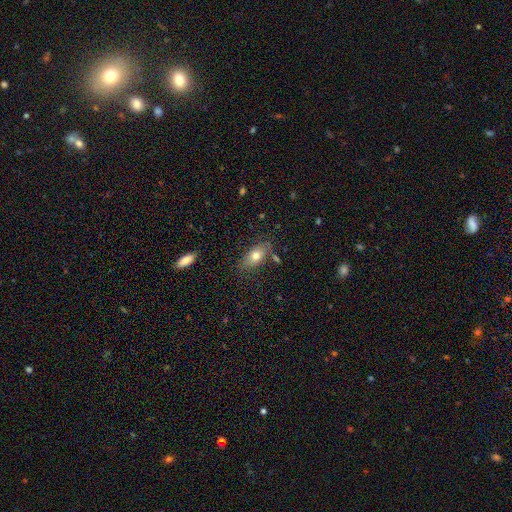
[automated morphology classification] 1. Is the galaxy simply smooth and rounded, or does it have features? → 74% smooth, 17% featured or disk, 8% star or artifact.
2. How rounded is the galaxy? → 85% in between, 8% round, 7% cigar-shaped.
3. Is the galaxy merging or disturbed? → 76% none, 16% minor disturbance, 4% merger, 4% major disturbance.